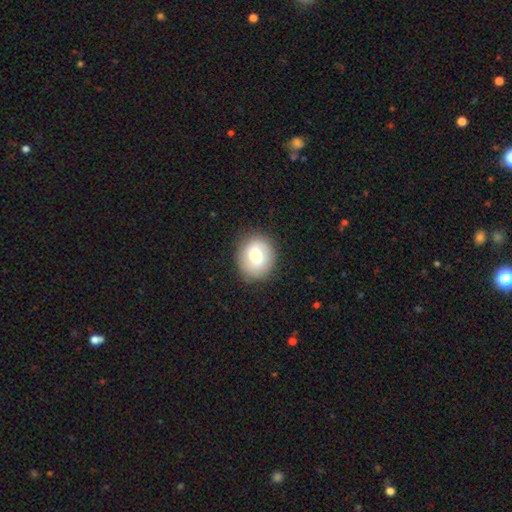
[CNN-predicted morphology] Q: Smooth or featured?
A: smooth (67%); runner-up: featured or disk (25%)
Q: How rounded?
A: round (70%); runner-up: in between (29%)
Q: Merging?
A: none (85%); runner-up: minor disturbance (11%)